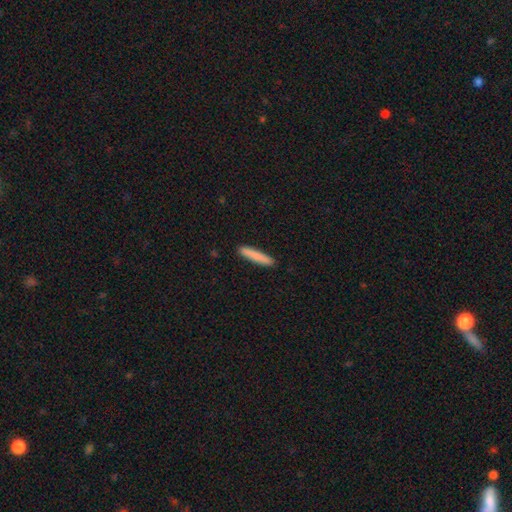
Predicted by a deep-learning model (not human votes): Overall: smooth (83%). How rounded: cigar-shaped (93%). Merging: none (91%).